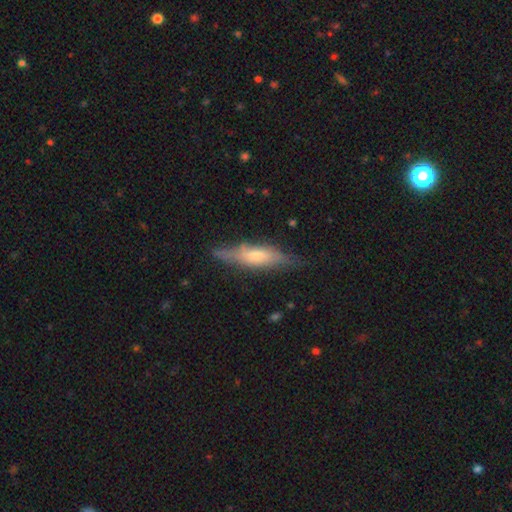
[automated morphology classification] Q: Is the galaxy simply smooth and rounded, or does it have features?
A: featured or disk — 50%.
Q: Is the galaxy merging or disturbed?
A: none — 69%.